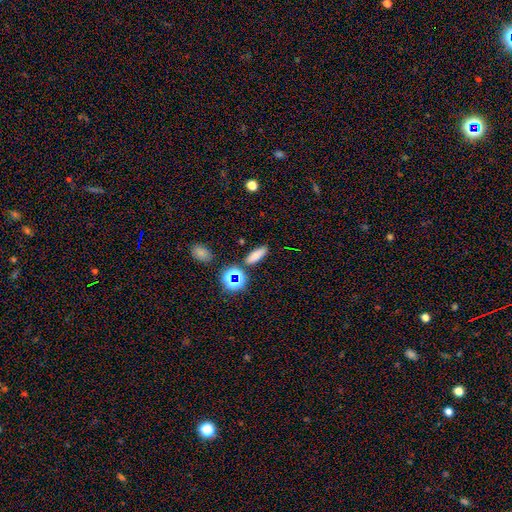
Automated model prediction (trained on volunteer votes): Smooth or featured: smooth — 75% (star or artifact — 17%)
How rounded: in between — 47% (cigar-shaped — 46%)
Merging: none — 83% (minor disturbance — 9%)